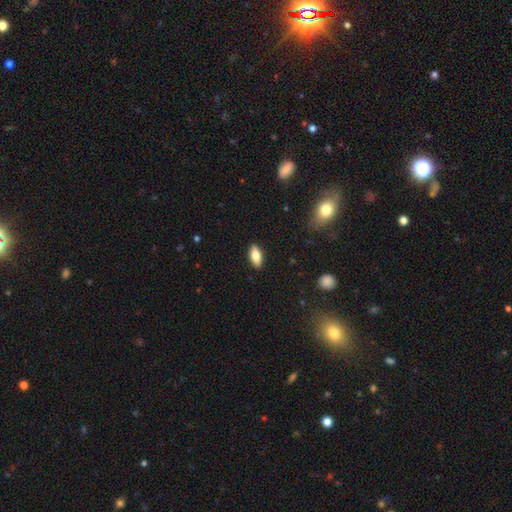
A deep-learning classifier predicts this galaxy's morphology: Q: Smooth or featured?
A: smooth (72%); runner-up: featured or disk (21%)
Q: How rounded?
A: in between (79%); runner-up: cigar-shaped (19%)
Q: Merging?
A: none (89%); runner-up: minor disturbance (8%)